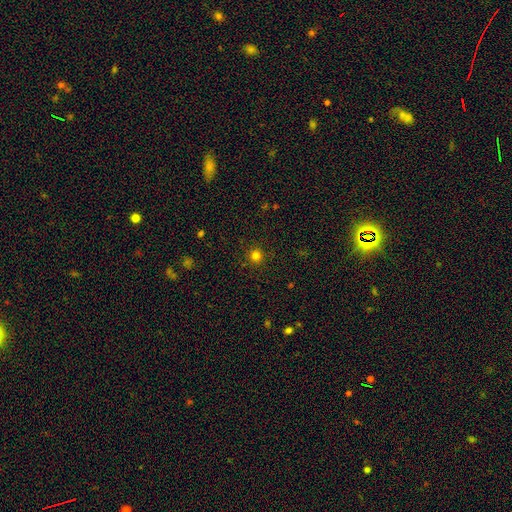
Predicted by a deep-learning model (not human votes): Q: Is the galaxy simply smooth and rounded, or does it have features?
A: smooth — 80%.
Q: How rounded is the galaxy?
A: round — 95%.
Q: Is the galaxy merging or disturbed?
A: none — 91%.